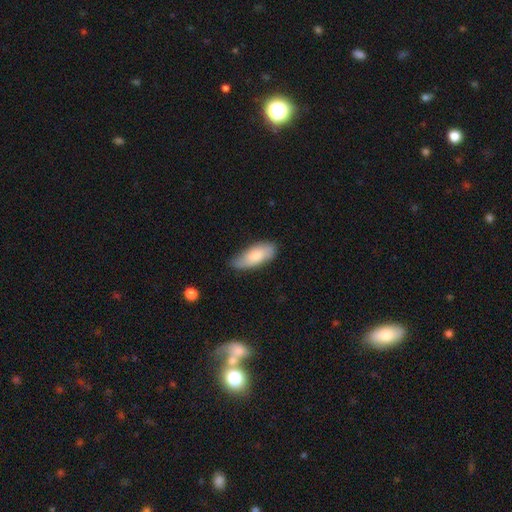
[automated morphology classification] This is likely a smooth galaxy (76%). How rounded: clearly in between (81%). Merging: likely none (68%).